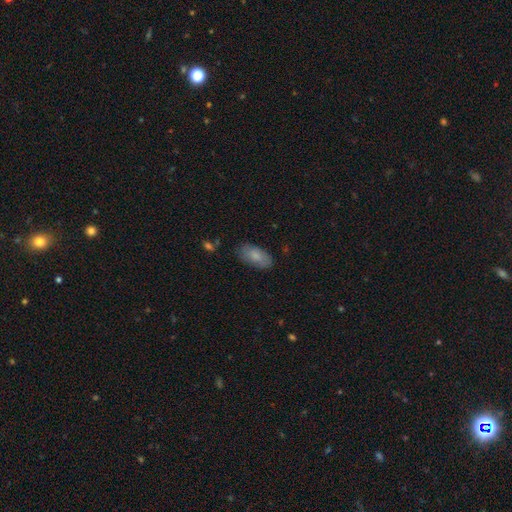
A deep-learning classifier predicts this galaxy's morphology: The model was most divided on "merging": none: 78%, minor disturbance: 16%, major disturbance: 4%, merger: 2%. More confident: how rounded — in between (92%); smooth or featured — smooth (81%).